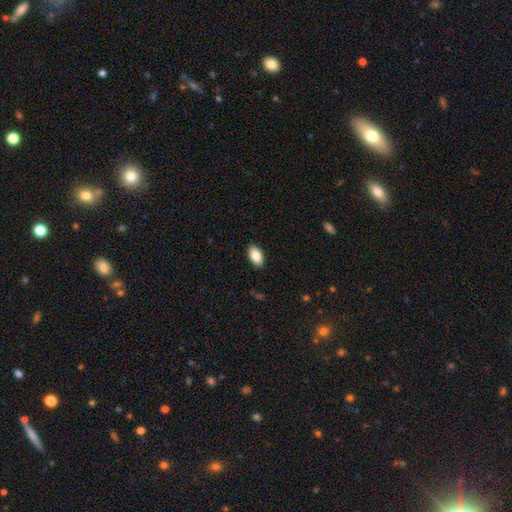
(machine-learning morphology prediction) A smooth galaxy with no disk features (87%) that is in between round and cigar-shaped (94%).

Vote fractions:
- Smooth or featured? smooth: 87% / star or artifact: 7% / featured or disk: 6%
- How rounded? in between: 94% / round: 4% / cigar-shaped: 2%
- Merging? none: 89% / minor disturbance: 8% / major disturbance: 2% / merger: 1%